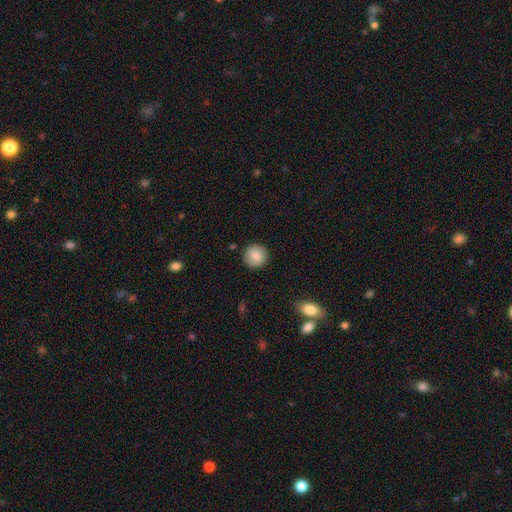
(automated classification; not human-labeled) smooth_or_featured: smooth (p=0.87) [alt: star or artifact p=0.08]
how_rounded: round (p=0.93) [alt: in between p=0.06]
merging: none (p=0.89) [alt: minor disturbance p=0.07]